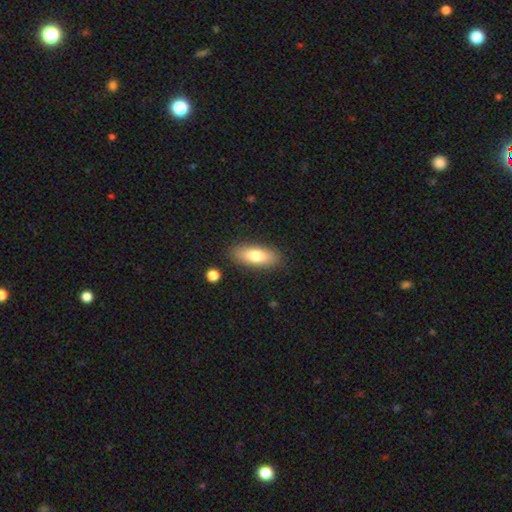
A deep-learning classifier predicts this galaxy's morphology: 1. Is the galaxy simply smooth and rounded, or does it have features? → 76% smooth, 17% featured or disk, 7% star or artifact.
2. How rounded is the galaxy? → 74% in between, 23% cigar-shaped, 3% round.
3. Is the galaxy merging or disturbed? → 86% none, 10% minor disturbance, 3% major disturbance, 2% merger.